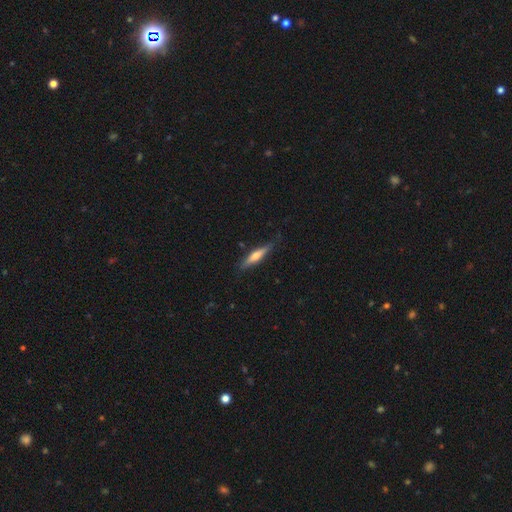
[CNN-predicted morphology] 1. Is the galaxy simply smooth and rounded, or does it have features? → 51% featured or disk, 43% smooth, 6% star or artifact.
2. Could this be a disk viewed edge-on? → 95% yes, 5% no.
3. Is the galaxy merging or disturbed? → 82% none, 14% minor disturbance, 2% major disturbance, 2% merger.